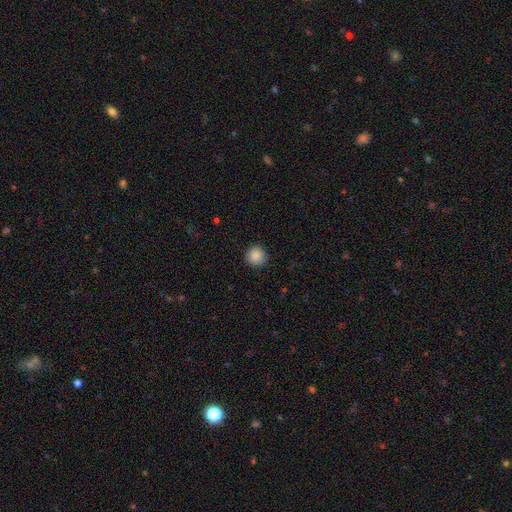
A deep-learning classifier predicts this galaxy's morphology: Overall: smooth (88%). How rounded: round (94%). Merging: none (91%).